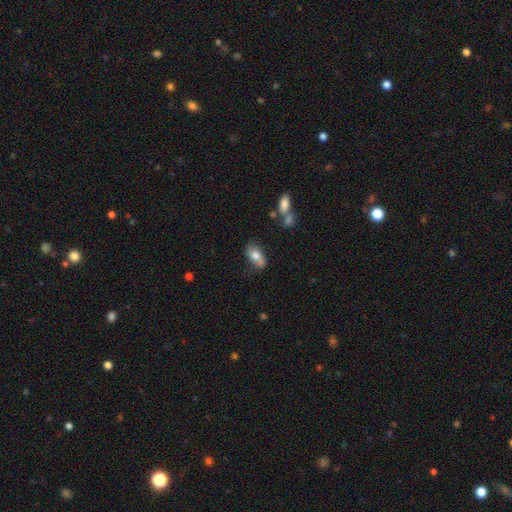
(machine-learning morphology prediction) type=smooth (72%); roundness=in between (88%); merging=none (55%).